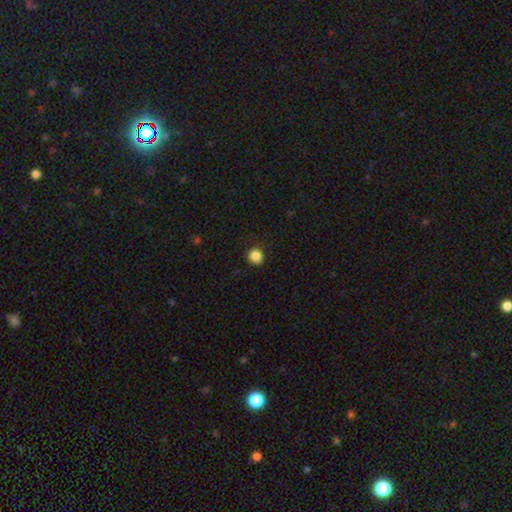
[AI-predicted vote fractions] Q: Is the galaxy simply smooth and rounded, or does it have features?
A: smooth — 87%.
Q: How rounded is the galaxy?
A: round — 92%.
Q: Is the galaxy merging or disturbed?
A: none — 89%.